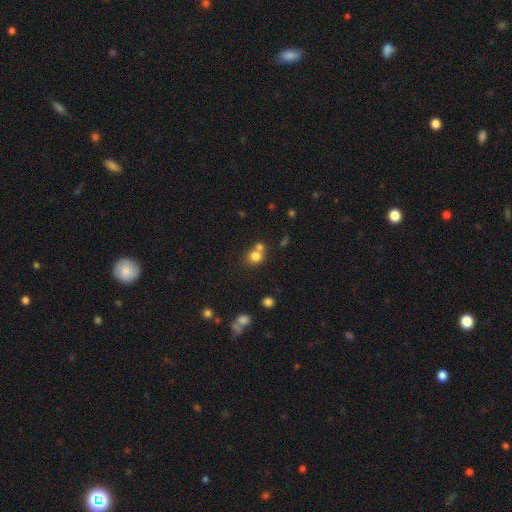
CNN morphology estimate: Smooth or featured: smooth — 78% (star or artifact — 13%)
How rounded: round — 80% (in between — 19%)
Merging: none — 47% (merger — 42%)